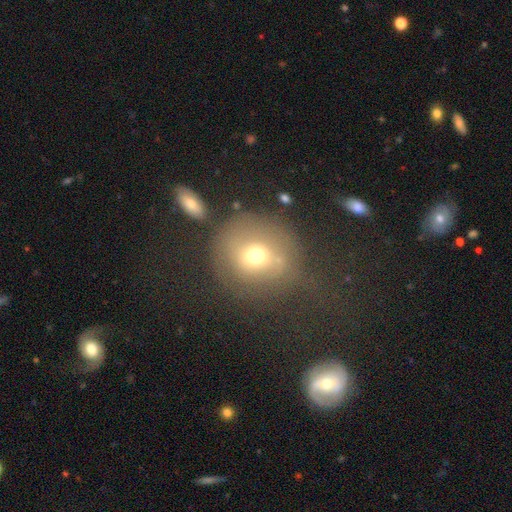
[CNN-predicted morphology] Overall: smooth (64%). How rounded: round (87%). Merging: none (57%; minor disturbance 18%).